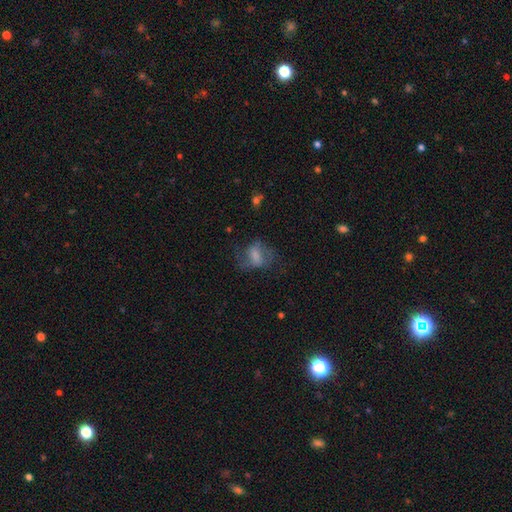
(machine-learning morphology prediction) smooth-or-featured: smooth: 53% | featured or disk: 37% | star or artifact: 10%
  how-rounded: in between: 71% | round: 27% | cigar-shaped: 3%
  merging: none: 43% | major disturbance: 31% | minor disturbance: 24% | merger: 2%